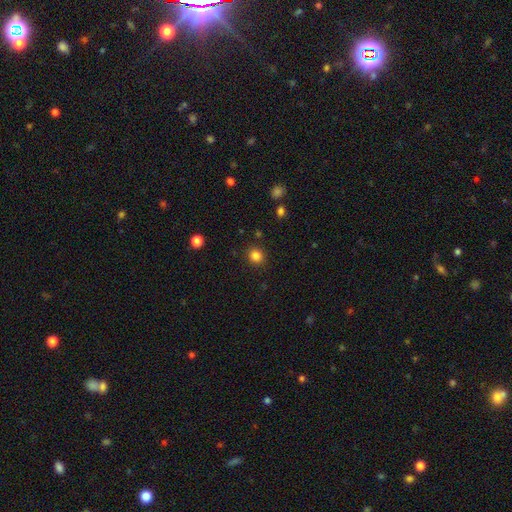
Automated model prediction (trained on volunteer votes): Smooth or featured: smooth — 84% (star or artifact — 12%)
How rounded: round — 88% (in between — 11%)
Merging: none — 90% (minor disturbance — 6%)